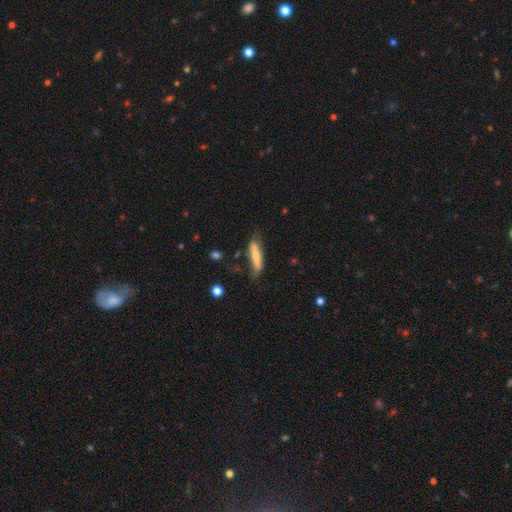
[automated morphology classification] This is likely a smooth galaxy (69%). How rounded: clearly cigar-shaped (82%). Merging: possibly none (57%).